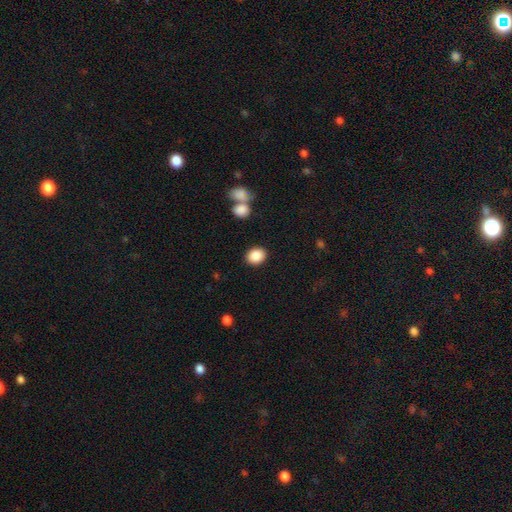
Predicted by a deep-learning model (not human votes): Q: Smooth or featured?
A: smooth (88%); runner-up: star or artifact (8%)
Q: How rounded?
A: in between (54%); runner-up: round (45%)
Q: Merging?
A: none (87%); runner-up: minor disturbance (8%)